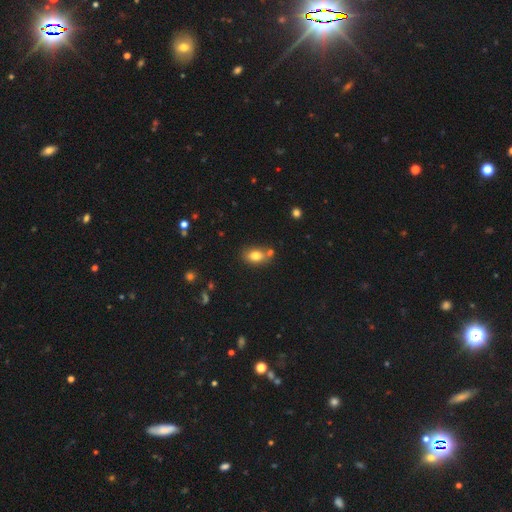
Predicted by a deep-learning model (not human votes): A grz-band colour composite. It shows a smooth galaxy with no disk features (79%) that is in between round and cigar-shaped (80%). Merging: none (61%).